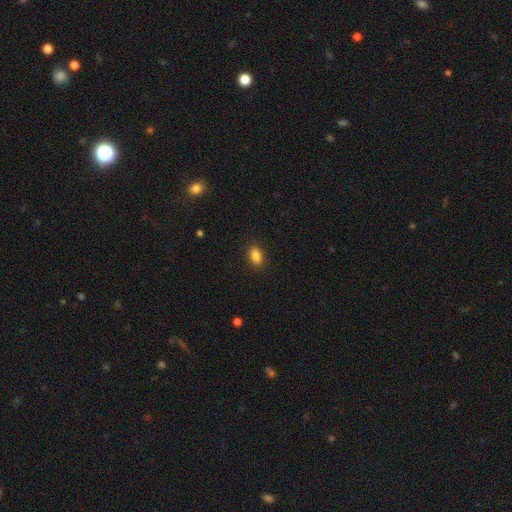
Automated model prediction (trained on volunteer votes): A smooth galaxy with no disk features (87%) that is in between round and cigar-shaped (85%). Merging: none (88%).